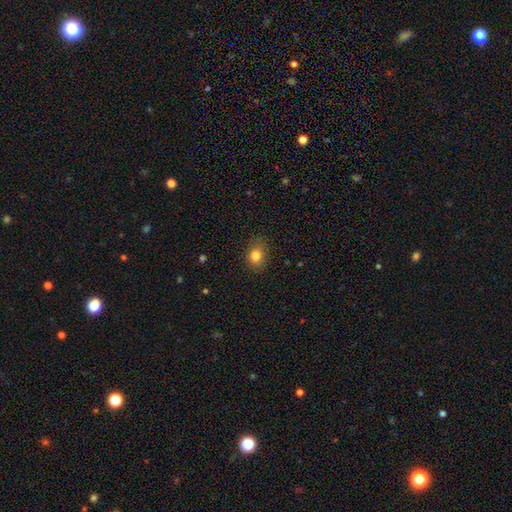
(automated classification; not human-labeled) A smooth galaxy with no disk features (81%) that is round (49%, tied with in between). Merging: none (79%).